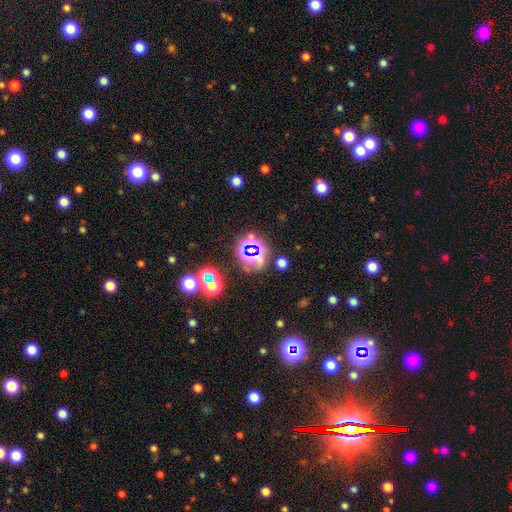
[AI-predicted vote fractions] smooth-or-featured: star or artifact: 64% | smooth: 23% | featured or disk: 13%